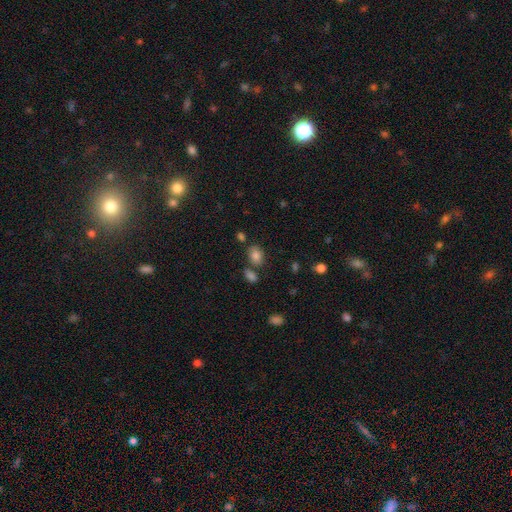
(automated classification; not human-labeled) Smooth or featured? Predicted: smooth (p=0.81). How rounded? Predicted: in between (p=0.70). Merging? Predicted: none (p=0.67).